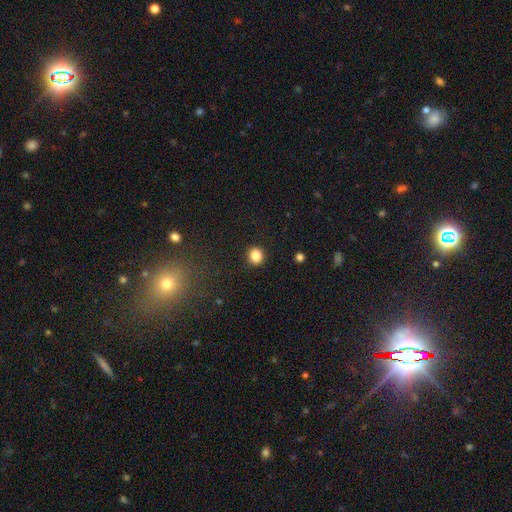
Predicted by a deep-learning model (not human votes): Smooth or featured? Predicted: smooth (p=0.85). How rounded? Predicted: round (p=0.87). Merging? Predicted: none (p=0.91).